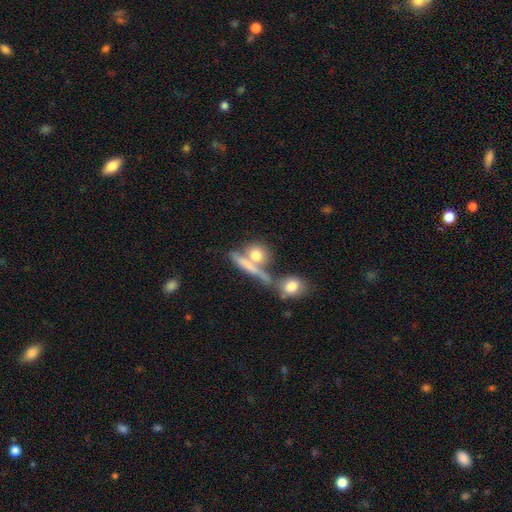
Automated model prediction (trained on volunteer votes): The model was most divided on "merging": none: 46%, merger: 38%, minor disturbance: 10%, major disturbance: 6%. More confident: smooth or featured — smooth (67%); how rounded — round (50%).